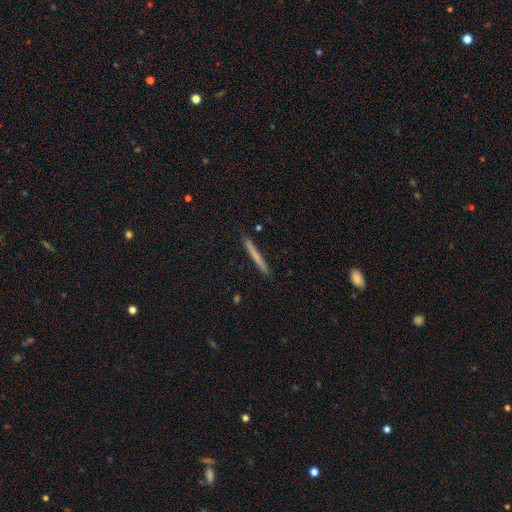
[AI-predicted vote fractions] This is likely a smooth galaxy (64%). How rounded: clearly cigar-shaped (97%). Merging: clearly none (90%).